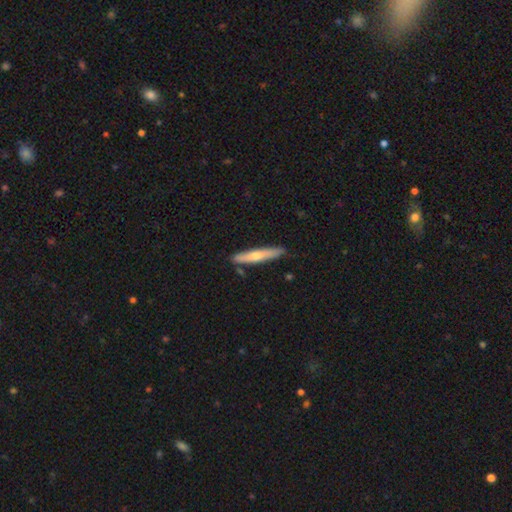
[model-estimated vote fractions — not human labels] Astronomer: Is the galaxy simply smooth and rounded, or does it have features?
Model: smooth — 59% (runner-up: featured or disk, 36%).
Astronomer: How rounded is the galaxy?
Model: cigar-shaped — 91%.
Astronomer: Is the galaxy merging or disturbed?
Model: none — 84%.